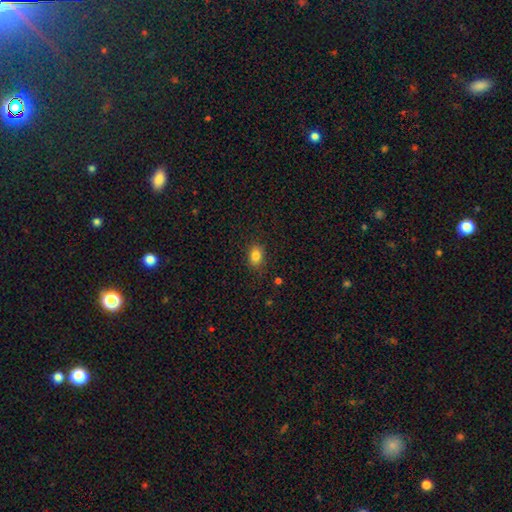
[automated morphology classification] This appears to be a smooth galaxy with no disk features (83%) that is in between round and cigar-shaped (74%). Merging: none (85%).